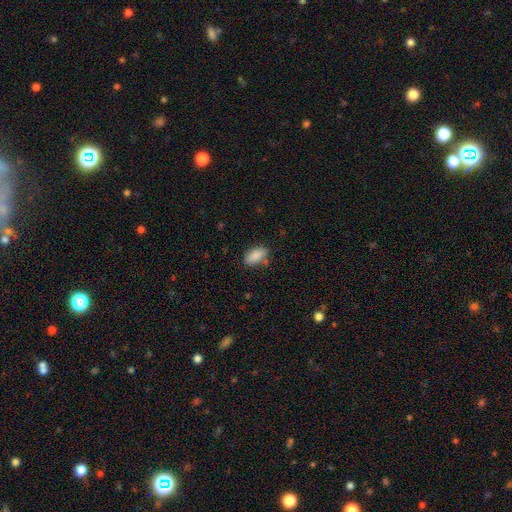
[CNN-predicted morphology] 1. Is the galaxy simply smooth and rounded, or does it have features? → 87% smooth, 7% star or artifact, 6% featured or disk.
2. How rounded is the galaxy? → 90% in between, 6% cigar-shaped, 4% round.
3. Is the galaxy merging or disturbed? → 75% none, 17% minor disturbance, 4% merger, 4% major disturbance.